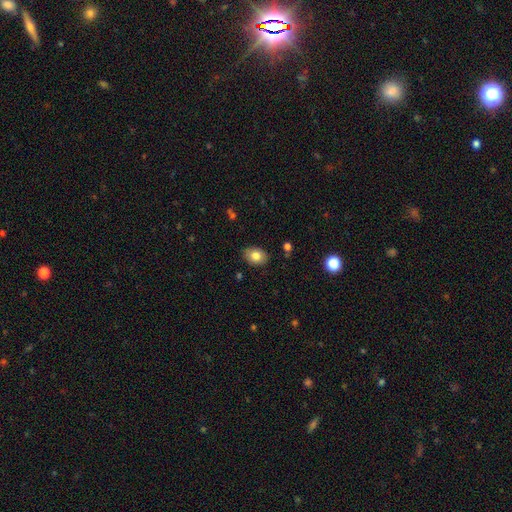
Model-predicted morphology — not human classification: smooth-or-featured: smooth: 81% | featured or disk: 10% | star or artifact: 9%
  how-rounded: in between: 74% | round: 25% | cigar-shaped: 1%
  merging: none: 85% | minor disturbance: 12% | major disturbance: 2% | merger: 1%